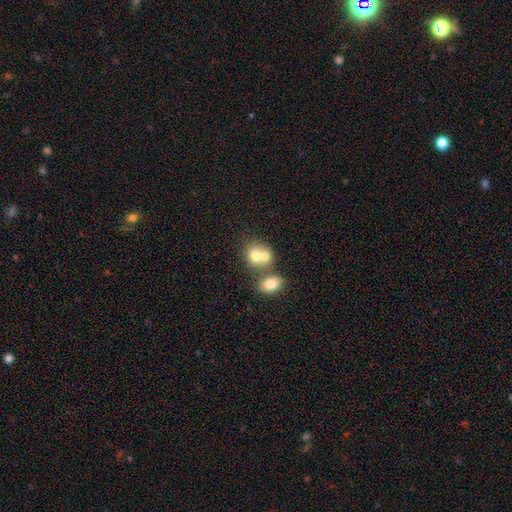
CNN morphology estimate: This appears to be a smooth galaxy with no disk features (71%) that is round (62%). Merging: merger (63%).